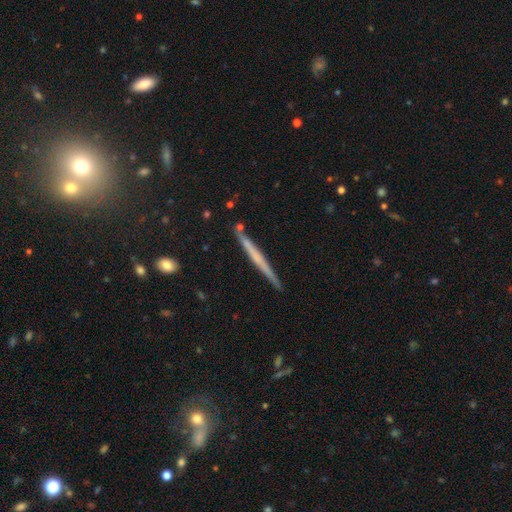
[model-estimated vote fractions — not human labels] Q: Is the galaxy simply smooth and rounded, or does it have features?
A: featured or disk — 57%.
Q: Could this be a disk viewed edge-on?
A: yes — 98%.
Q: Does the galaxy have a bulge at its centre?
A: none — 75%.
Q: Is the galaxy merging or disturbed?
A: none — 88%.